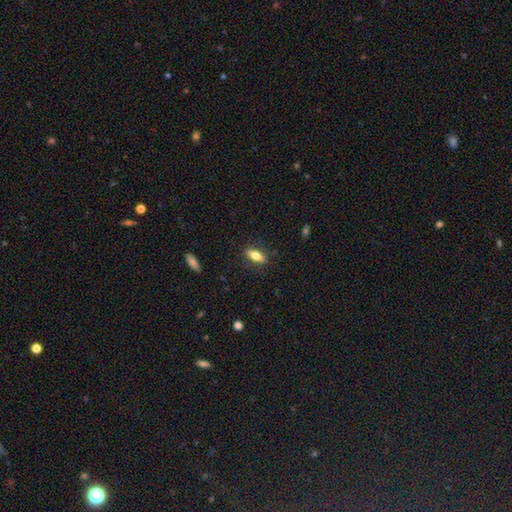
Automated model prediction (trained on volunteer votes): smooth_or_featured: smooth (p=0.72) [alt: featured or disk p=0.20]
how_rounded: in between (p=0.70) [alt: cigar-shaped p=0.27]
merging: none (p=0.85) [alt: minor disturbance p=0.11]